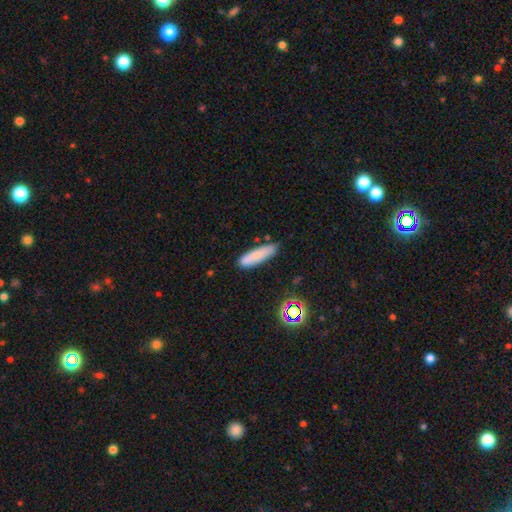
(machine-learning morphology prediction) smooth_or_featured: smooth (p=0.76) [alt: featured or disk p=0.14]
how_rounded: cigar-shaped (p=0.70) [alt: in between p=0.28]
merging: none (p=0.76) [alt: minor disturbance p=0.17]